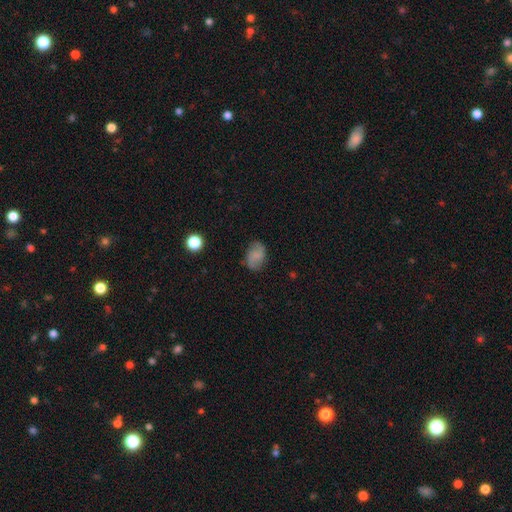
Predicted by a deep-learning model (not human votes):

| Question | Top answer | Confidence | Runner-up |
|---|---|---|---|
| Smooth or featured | smooth | 54% | featured or disk (35%) |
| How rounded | in between | 80% | round (18%) |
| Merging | none | 77% | minor disturbance (16%) |